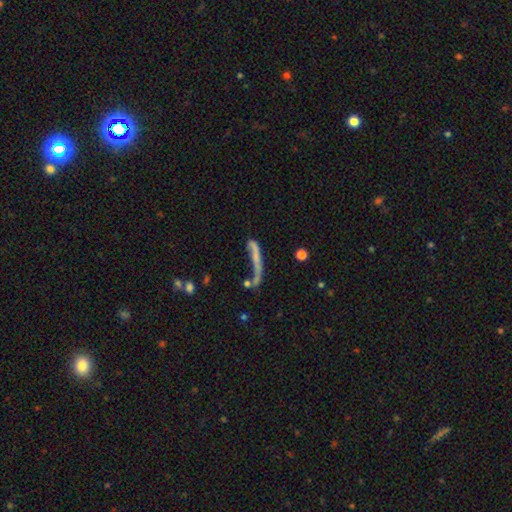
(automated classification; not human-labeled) smooth-or-featured: smooth: 48% | featured or disk: 39% | star or artifact: 12%
  merging: major disturbance: 31% | none: 28% | merger: 23% | minor disturbance: 17%